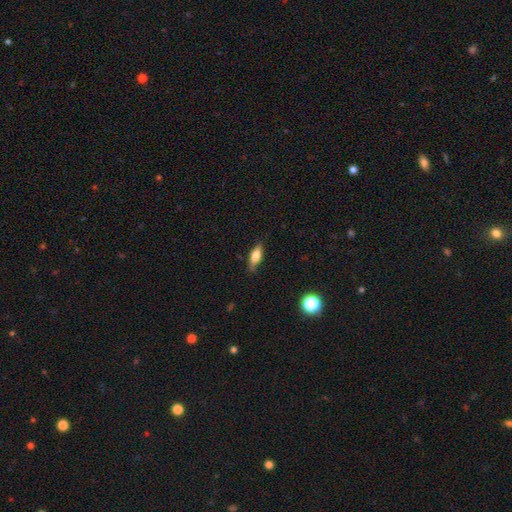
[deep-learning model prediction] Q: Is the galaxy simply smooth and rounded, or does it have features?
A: smooth — 68%.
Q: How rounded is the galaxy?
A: in between — 63%.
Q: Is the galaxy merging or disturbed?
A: none — 79%.